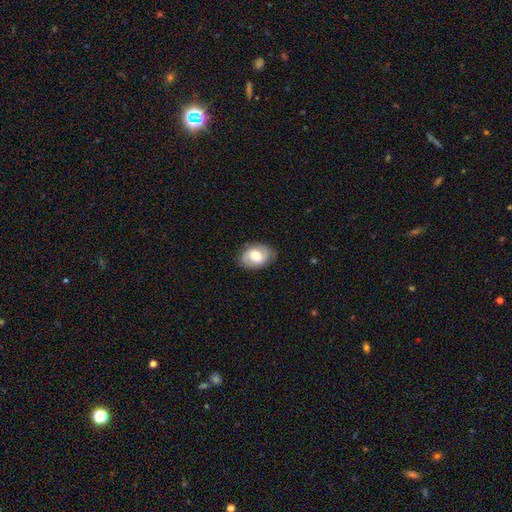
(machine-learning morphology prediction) featured or disk 50%, smooth 42%, star or artifact 7%. Down the decision tree: edge-on disk — no (95%); merging — none (80%).